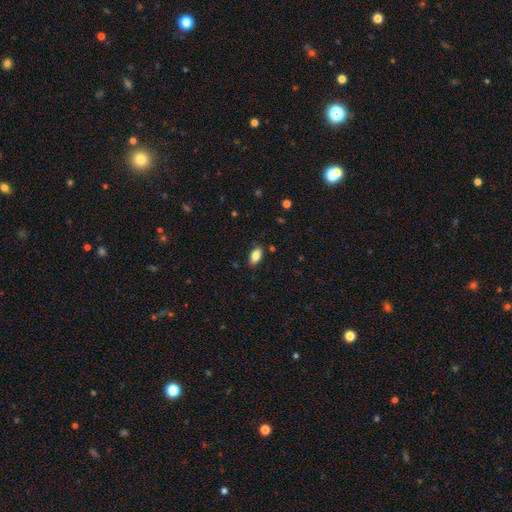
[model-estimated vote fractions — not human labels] The model was most divided on "smooth or featured": smooth: 83%, featured or disk: 9%, star or artifact: 8%. More confident: how rounded — in between (91%); merging — none (86%).